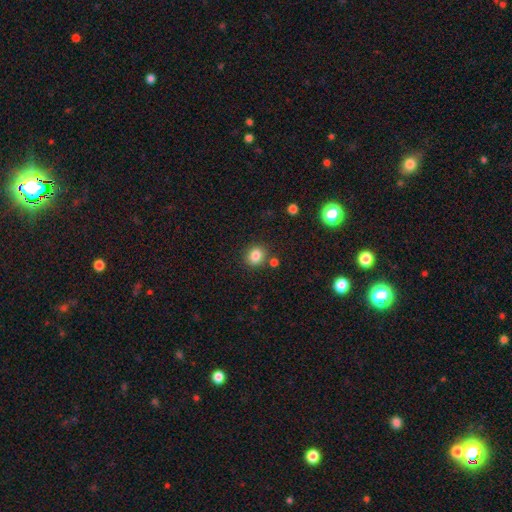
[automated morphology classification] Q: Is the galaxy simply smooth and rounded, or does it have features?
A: smooth — 83%.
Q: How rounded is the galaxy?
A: round — 73%.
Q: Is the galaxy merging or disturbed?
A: none — 80%.